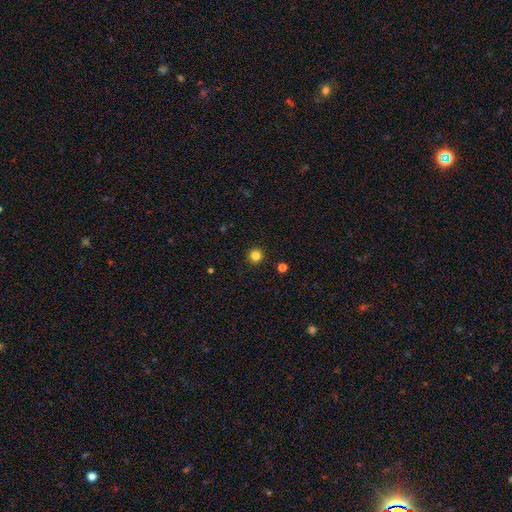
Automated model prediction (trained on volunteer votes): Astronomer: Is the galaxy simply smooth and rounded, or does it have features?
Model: smooth — 83%.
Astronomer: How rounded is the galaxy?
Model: round — 96%.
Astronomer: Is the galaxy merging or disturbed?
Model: none — 92%.